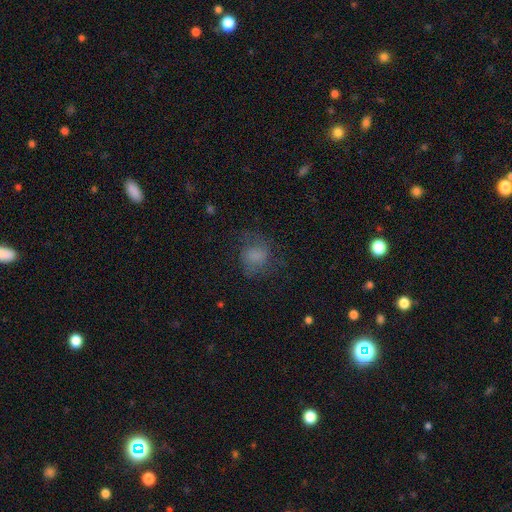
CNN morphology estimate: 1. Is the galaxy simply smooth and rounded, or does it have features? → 64% smooth, 22% featured or disk, 14% star or artifact.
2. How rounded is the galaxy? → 65% round, 34% in between, 1% cigar-shaped.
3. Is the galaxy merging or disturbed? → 55% none, 22% minor disturbance, 21% major disturbance, 2% merger.